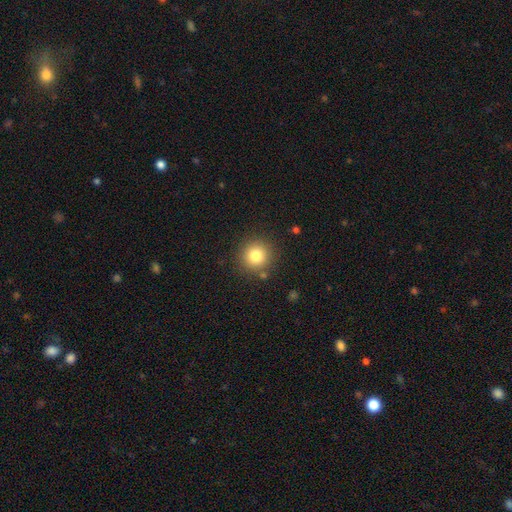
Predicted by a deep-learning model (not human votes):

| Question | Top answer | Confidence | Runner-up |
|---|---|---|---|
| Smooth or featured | smooth | 80% | star or artifact (12%) |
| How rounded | round | 94% | in between (5%) |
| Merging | none | 86% | minor disturbance (8%) |